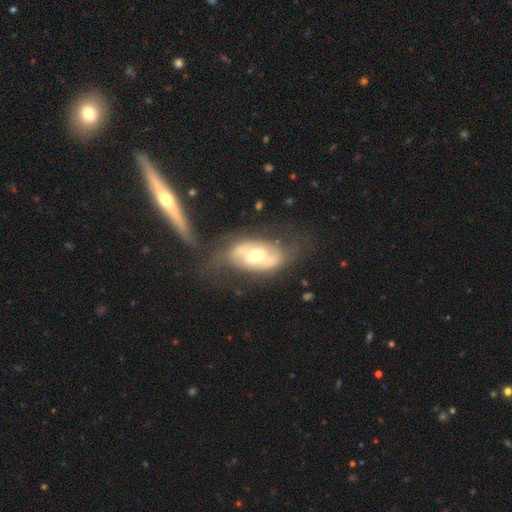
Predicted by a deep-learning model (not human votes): This appears to be a featured or disk galaxy (70%) with no bar (40%), spiral arms (65%) and a moderate central bulge (69%). Merging: none (50%).